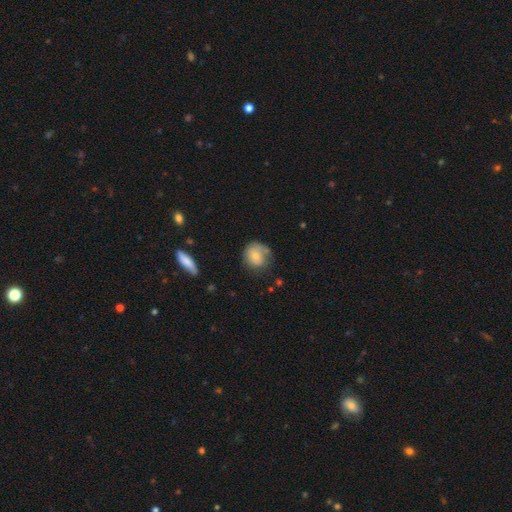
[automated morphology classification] Smooth or featured: smooth — 68% (featured or disk — 24%)
How rounded: round — 77% (in between — 22%)
Merging: none — 57% (minor disturbance — 28%)